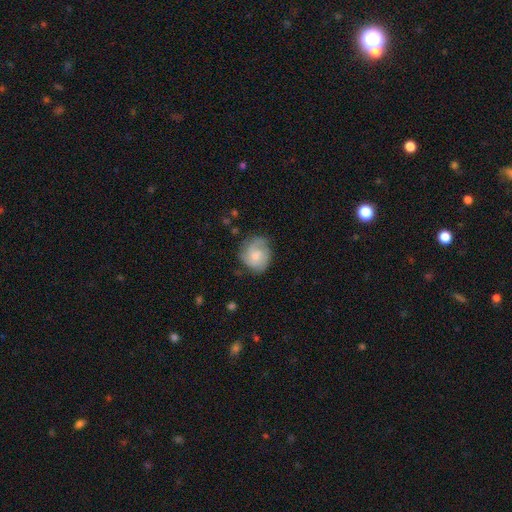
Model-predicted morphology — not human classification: Smooth or featured? featured or disk (47%)
Merging? none (61%)